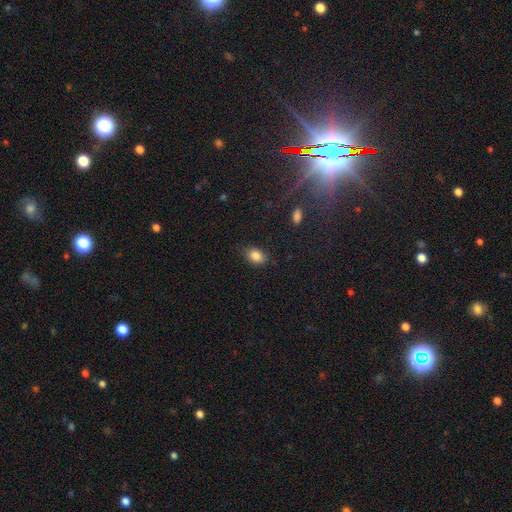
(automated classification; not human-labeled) Smooth or featured: smooth — 85% (star or artifact — 9%)
How rounded: in between — 80% (round — 19%)
Merging: none — 82% (minor disturbance — 14%)